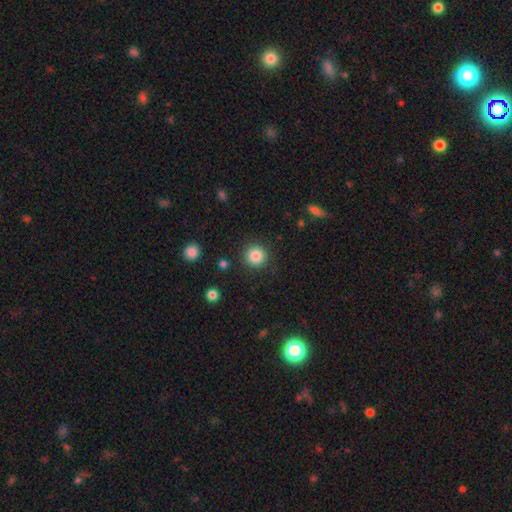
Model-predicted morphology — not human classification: Q: Smooth or featured?
A: smooth (85%); runner-up: star or artifact (10%)
Q: How rounded?
A: round (94%); runner-up: in between (6%)
Q: Merging?
A: none (88%); runner-up: minor disturbance (7%)